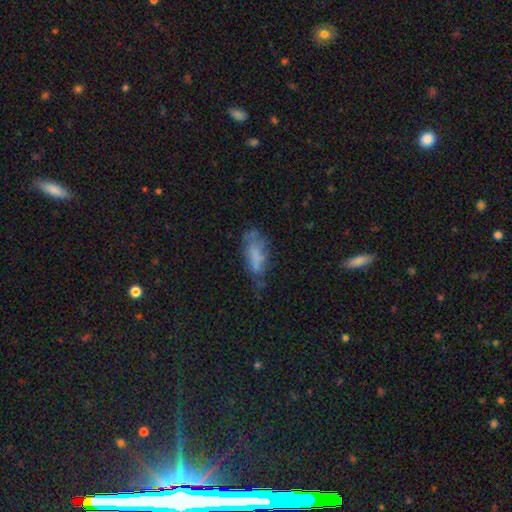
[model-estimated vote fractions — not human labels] A smooth galaxy with no disk features (59%) that is in between round and cigar-shaped (68%).

Vote fractions:
- Smooth or featured? smooth: 59% / featured or disk: 29% / star or artifact: 12%
- How rounded? in between: 68% / cigar-shaped: 29% / round: 3%
- Merging? none: 40% / minor disturbance: 32% / major disturbance: 23% / merger: 5%